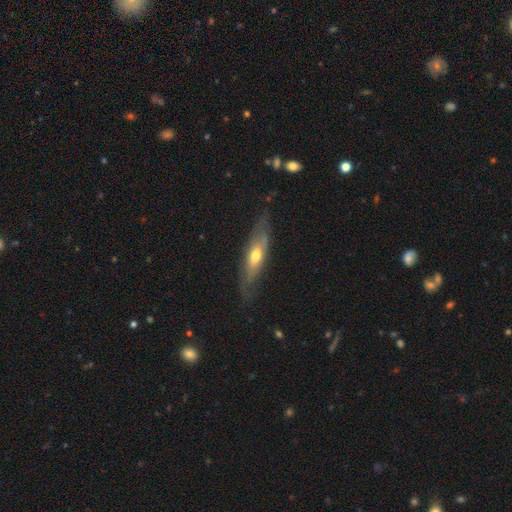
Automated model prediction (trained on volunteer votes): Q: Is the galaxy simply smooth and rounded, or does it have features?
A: featured or disk — 54%.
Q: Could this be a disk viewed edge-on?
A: no — 50%, tied with yes.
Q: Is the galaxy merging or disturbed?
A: none — 72%.